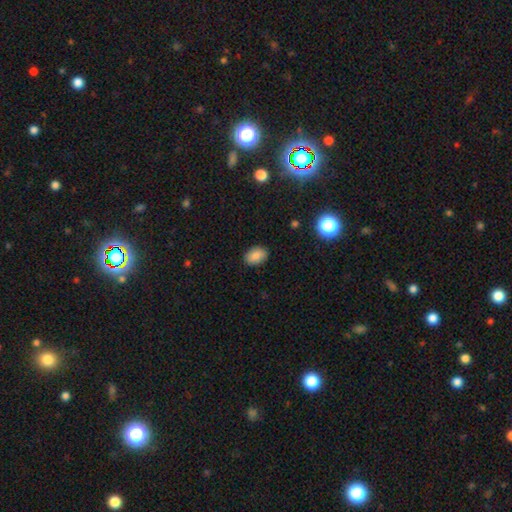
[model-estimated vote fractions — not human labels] Q: Smooth or featured?
A: smooth (85%); runner-up: star or artifact (9%)
Q: How rounded?
A: in between (83%); runner-up: round (16%)
Q: Merging?
A: none (87%); runner-up: minor disturbance (10%)